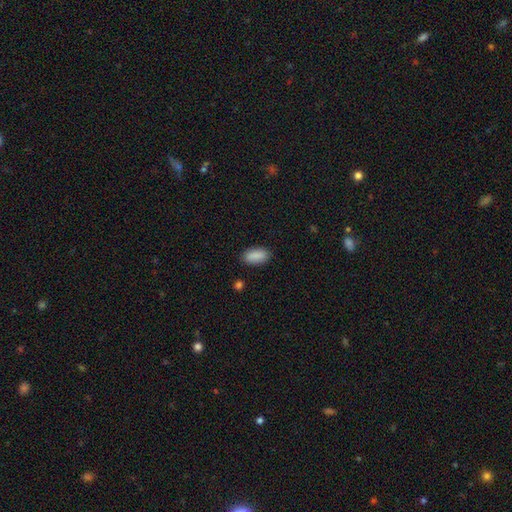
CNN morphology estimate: Smooth or featured? smooth (89%)
How rounded? in between (90%)
Merging? none (87%)